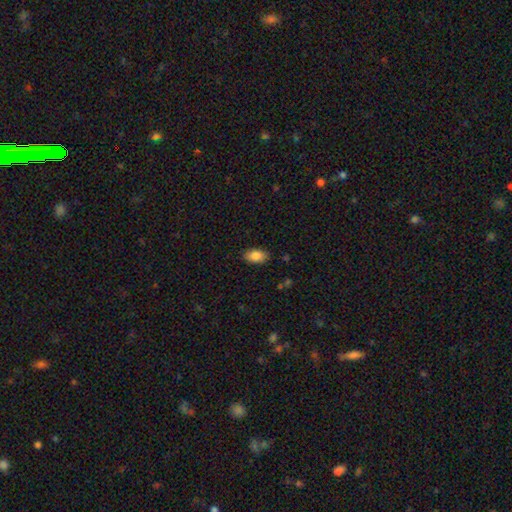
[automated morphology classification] Smooth or featured? smooth (84%)
How rounded? in between (91%)
Merging? none (86%)